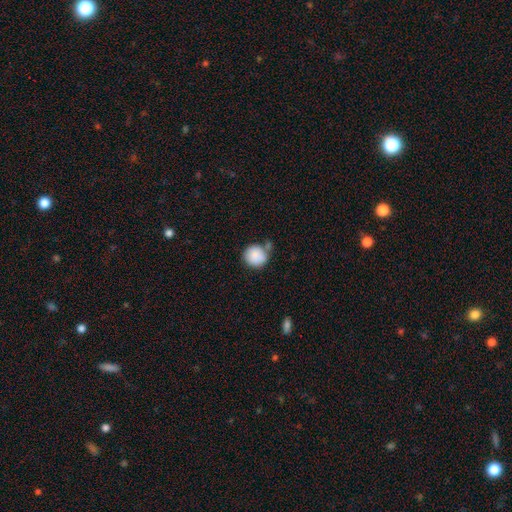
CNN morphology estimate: This is clearly a smooth galaxy (87%). How rounded: clearly round (89%). Merging: likely none (64%).